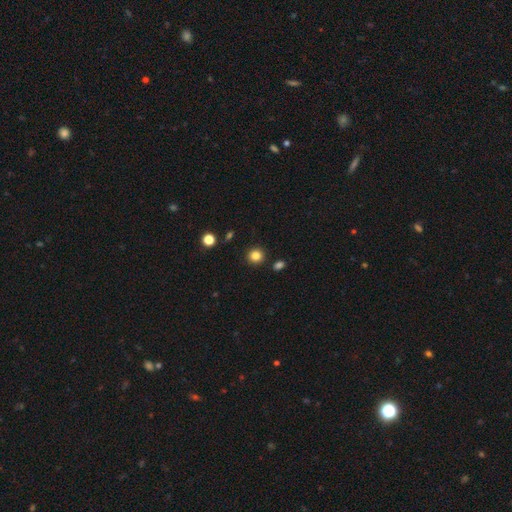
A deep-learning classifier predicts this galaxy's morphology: Smooth or featured? Predicted: smooth (p=0.83). How rounded? Predicted: round (p=0.91). Merging? Predicted: none (p=0.89).